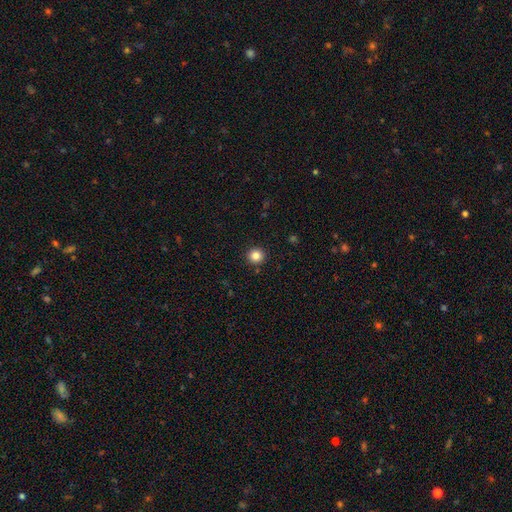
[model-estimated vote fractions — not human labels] smooth_or_featured: smooth (p=0.84) [alt: star or artifact p=0.11]
how_rounded: round (p=0.95) [alt: in between p=0.04]
merging: none (p=0.93) [alt: minor disturbance p=0.05]